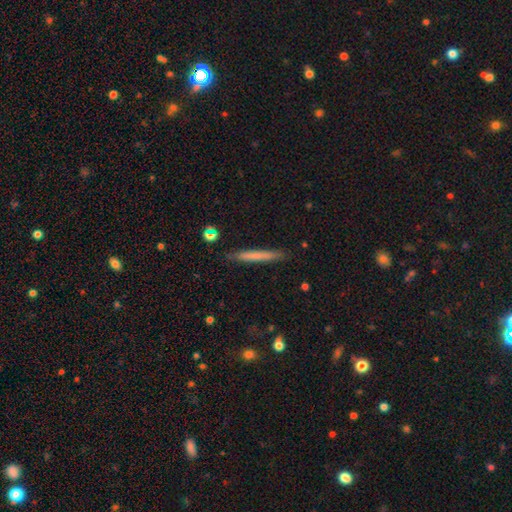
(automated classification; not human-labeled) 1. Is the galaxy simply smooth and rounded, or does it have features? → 66% smooth, 28% featured or disk, 6% star or artifact.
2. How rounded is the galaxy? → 97% cigar-shaped, 2% in between, 1% round.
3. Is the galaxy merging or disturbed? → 88% none, 9% minor disturbance, 2% major disturbance, 1% merger.